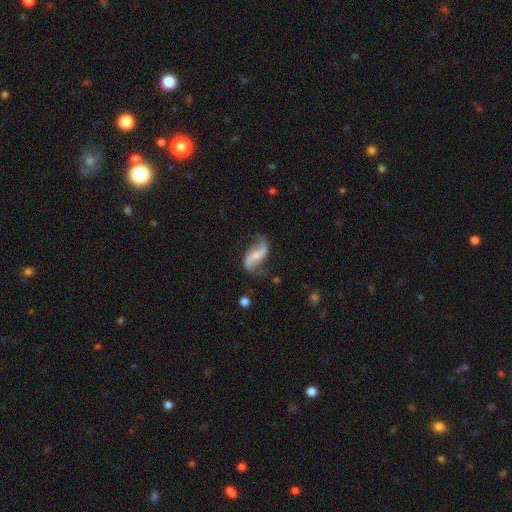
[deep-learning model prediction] A featured or disk galaxy (82%) with a strong bar (35%), 2 (91%) loose (84%) spiral arms (94%) and a small central bulge (55%). Merging: none (67%).